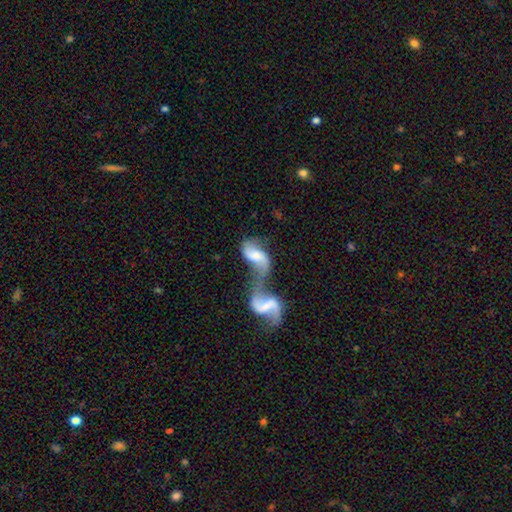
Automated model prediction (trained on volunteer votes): A featured or disk galaxy (58%) with a weak bar (41%), spiral arms (77%) and a moderate central bulge (36%). Merging: merger (80%).